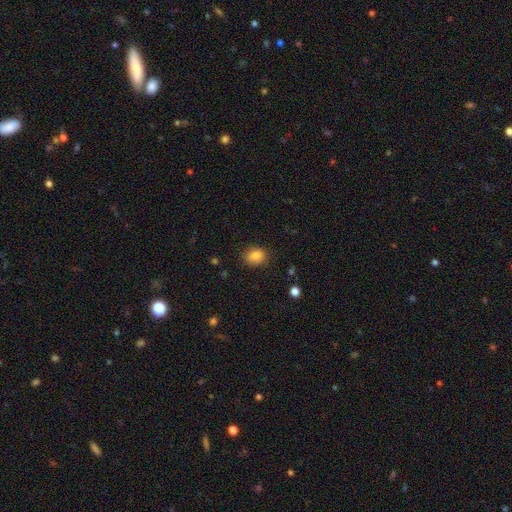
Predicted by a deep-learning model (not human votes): This is clearly a smooth galaxy (83%). How rounded: possibly round (51%). Merging: clearly none (84%).